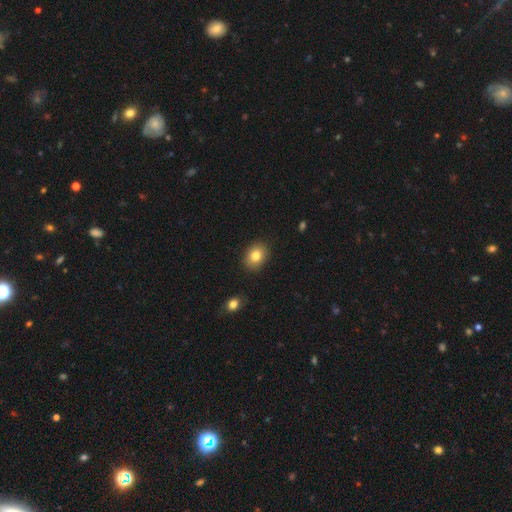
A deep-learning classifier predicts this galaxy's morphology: smooth 82%, star or artifact 9%, featured or disk 9%. Down the decision tree: how rounded — in between (55%); merging — none (89%).